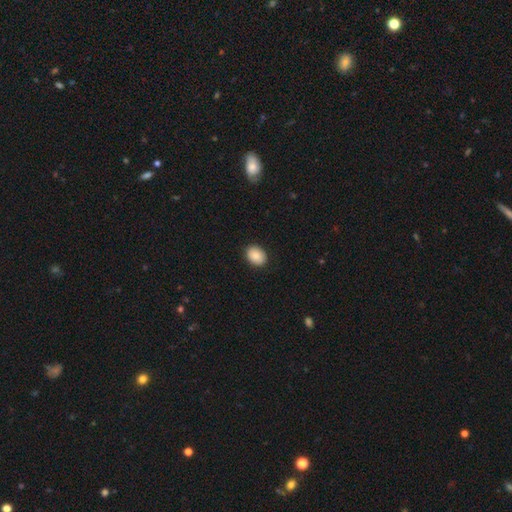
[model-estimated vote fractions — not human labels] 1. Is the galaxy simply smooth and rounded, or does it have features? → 88% smooth, 7% star or artifact, 5% featured or disk.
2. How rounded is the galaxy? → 68% in between, 31% round, 1% cigar-shaped.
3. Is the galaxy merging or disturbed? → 90% none, 7% minor disturbance, 2% major disturbance, 1% merger.